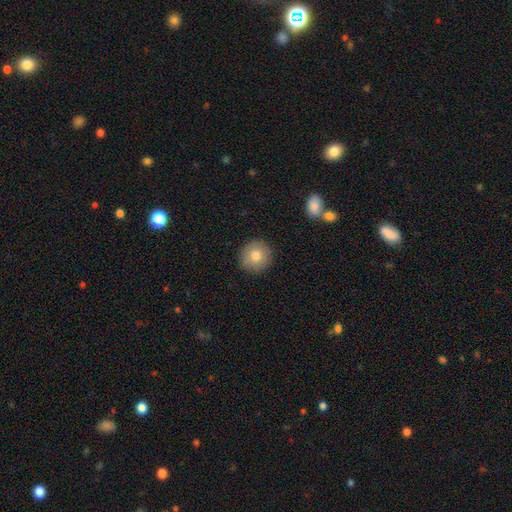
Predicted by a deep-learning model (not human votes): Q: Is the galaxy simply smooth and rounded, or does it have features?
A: smooth — 80%.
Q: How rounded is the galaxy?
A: round — 94%.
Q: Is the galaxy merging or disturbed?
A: none — 91%.